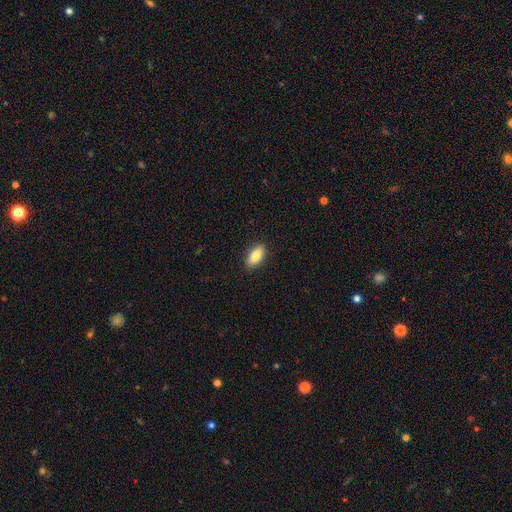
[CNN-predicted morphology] Smooth or featured? Predicted: smooth (p=0.78). How rounded? Predicted: in between (p=0.84). Merging? Predicted: none (p=0.90).